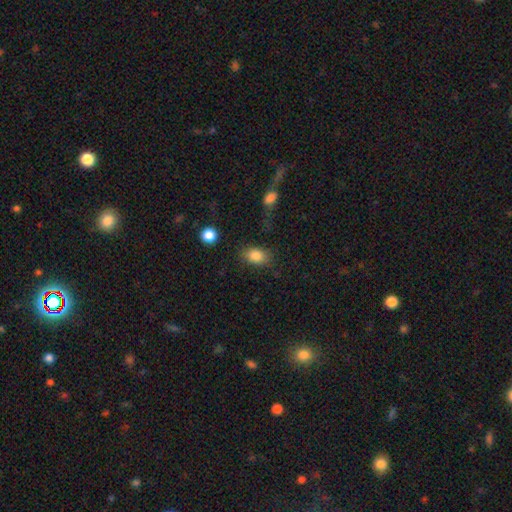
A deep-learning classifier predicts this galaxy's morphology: Q: Smooth or featured?
A: smooth (84%); runner-up: star or artifact (9%)
Q: How rounded?
A: in between (80%); runner-up: round (19%)
Q: Merging?
A: none (76%); runner-up: minor disturbance (15%)